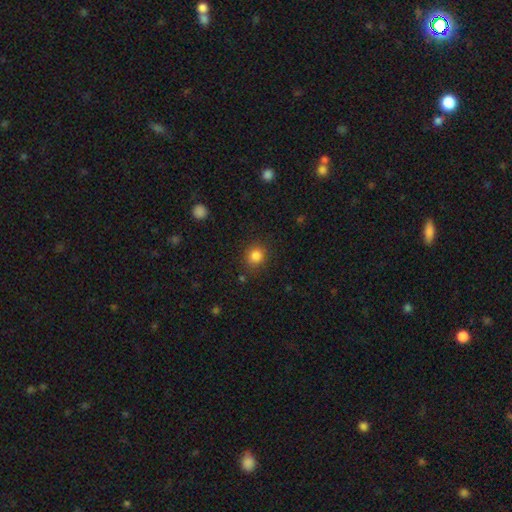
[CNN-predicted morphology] Q: Smooth or featured?
A: smooth (84%); runner-up: star or artifact (11%)
Q: How rounded?
A: round (84%); runner-up: in between (15%)
Q: Merging?
A: none (85%); runner-up: minor disturbance (10%)